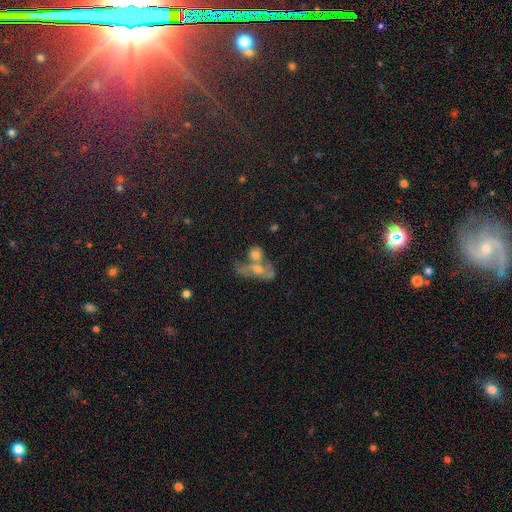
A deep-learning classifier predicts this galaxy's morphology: Overall: smooth (49%; featured or disk 35%). Merging: merger (52%; none 26%).